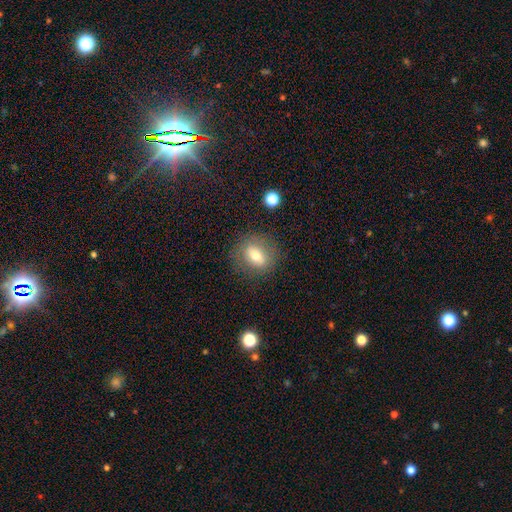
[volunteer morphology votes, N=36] Smooth or featured? 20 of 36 (56%) said smooth. How rounded? 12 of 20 (60%) said in between. Merging? 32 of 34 (94%) said none.